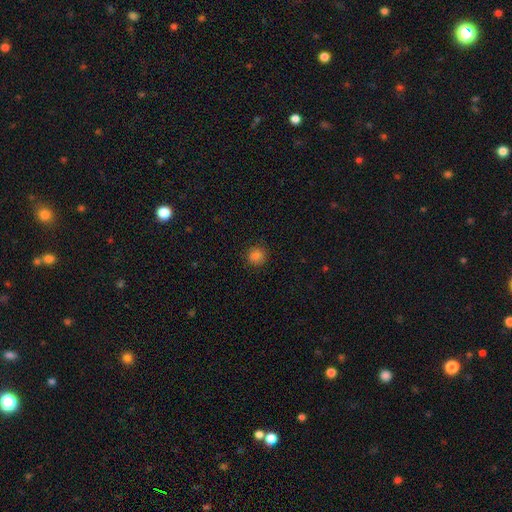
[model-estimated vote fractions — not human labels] smooth-or-featured: smooth: 83% | star or artifact: 13% | featured or disk: 4%
  how-rounded: round: 80% | in between: 18% | cigar-shaped: 1%
  merging: none: 87% | minor disturbance: 9% | major disturbance: 3% | merger: 1%